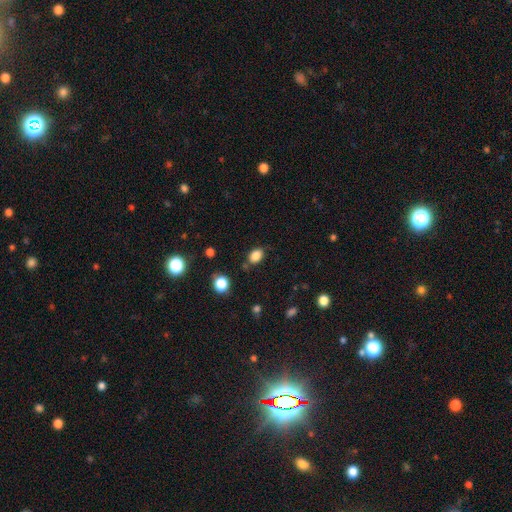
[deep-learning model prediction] Overall: smooth (83%). How rounded: in between (70%). Merging: none (77%).